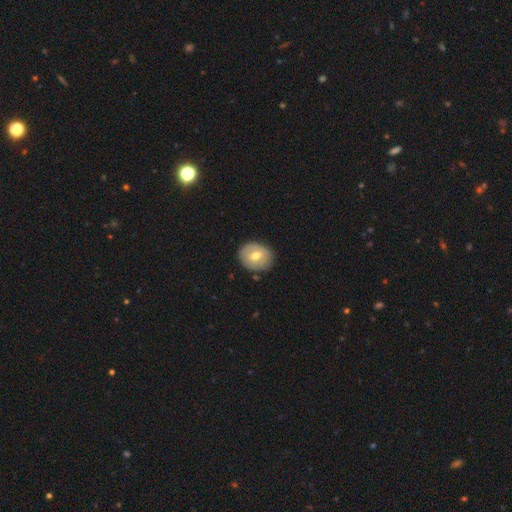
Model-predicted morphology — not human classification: smooth 60%, featured or disk 33%, star or artifact 7%. Down the decision tree: how rounded — round (57%); merging — none (84%).